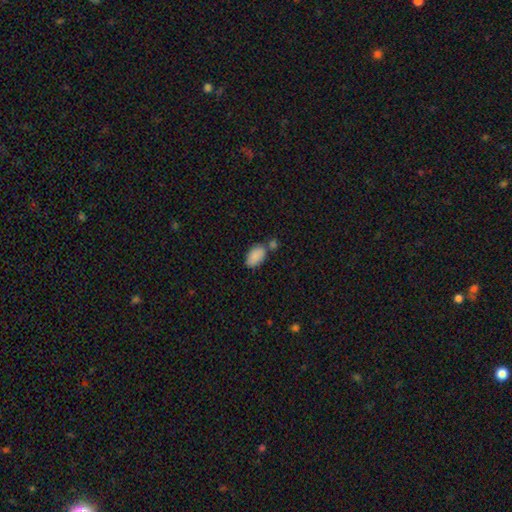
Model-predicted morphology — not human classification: The model was most divided on "merging": none: 54%, merger: 25%, minor disturbance: 17%, major disturbance: 5%. More confident: how rounded — in between (94%); smooth or featured — smooth (87%).